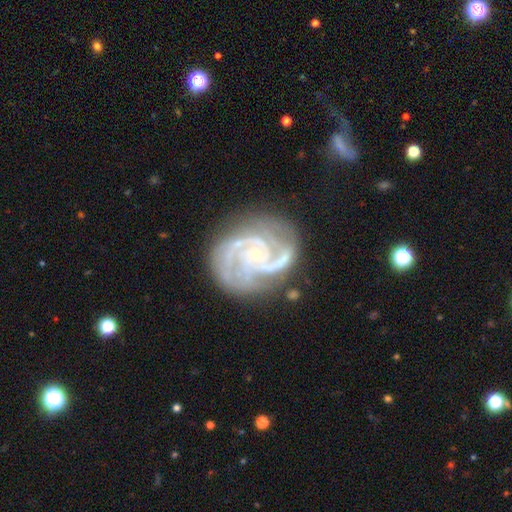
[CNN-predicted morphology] featured or disk 91%, star or artifact 5%, smooth 4%. Down the decision tree: edge-on disk — no (98%); bar — no (65%); spiral arms — yes (98%); spiral arm count — 3 (39%); spiral winding — tight (55%); bulge size — small (80%); merging — none (70%).